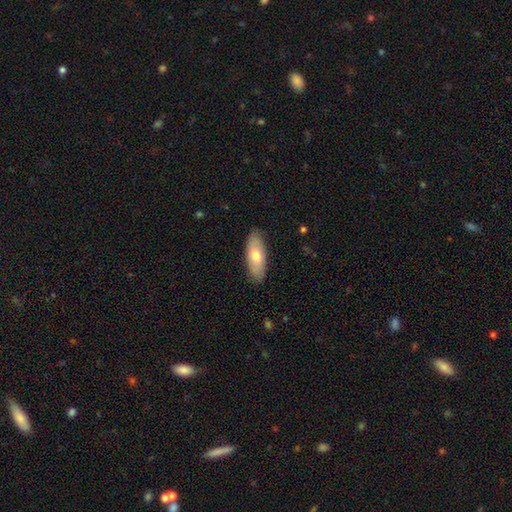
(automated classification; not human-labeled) smooth-or-featured: smooth: 70% | featured or disk: 25% | star or artifact: 5%
  how-rounded: in between: 73% | cigar-shaped: 25% | round: 2%
  merging: none: 87% | minor disturbance: 10% | major disturbance: 2% | merger: 1%